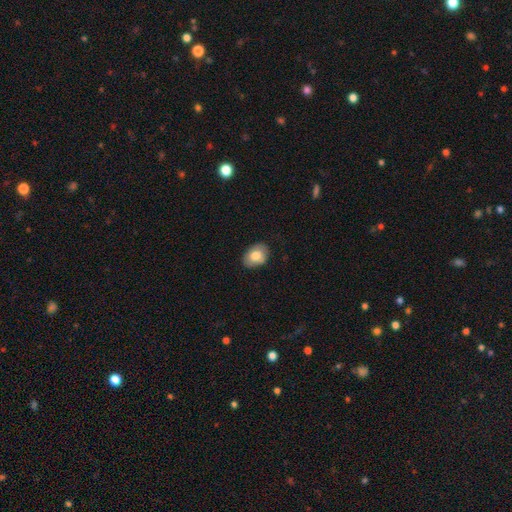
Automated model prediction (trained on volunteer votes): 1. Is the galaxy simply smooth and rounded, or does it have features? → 76% smooth, 17% featured or disk, 7% star or artifact.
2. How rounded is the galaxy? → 73% in between, 26% round, 1% cigar-shaped.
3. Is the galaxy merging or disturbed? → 81% none, 15% minor disturbance, 3% major disturbance, 1% merger.